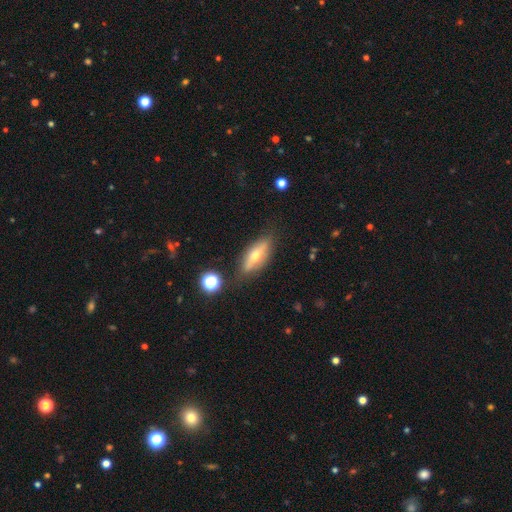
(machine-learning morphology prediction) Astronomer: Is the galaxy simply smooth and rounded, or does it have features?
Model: featured or disk — 50% (runner-up: smooth, 41%).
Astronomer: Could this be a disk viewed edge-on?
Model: yes — 65%.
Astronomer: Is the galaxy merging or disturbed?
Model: none — 74%.